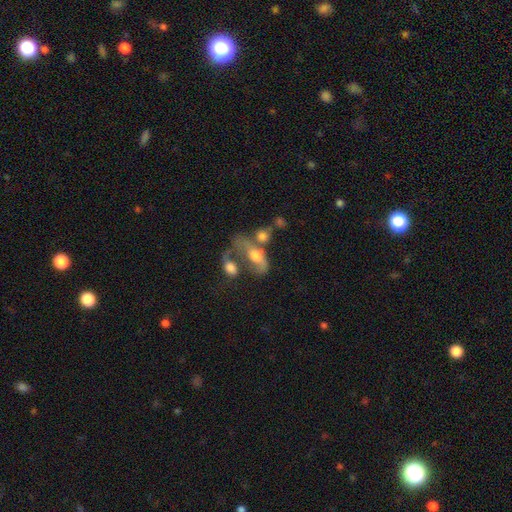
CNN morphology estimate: Smooth or featured? Predicted: smooth (p=0.46). Merging? Predicted: merger (p=0.49).